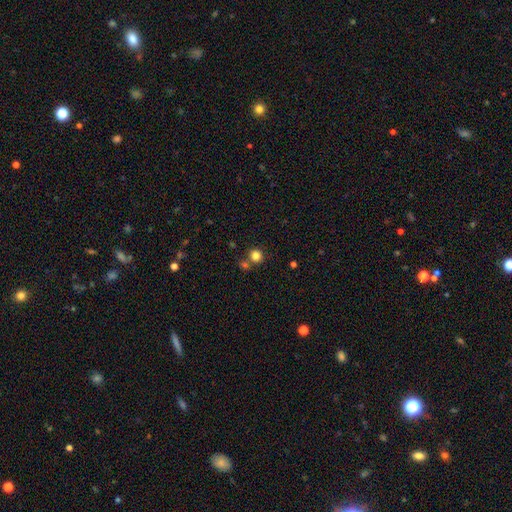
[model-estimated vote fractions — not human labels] A smooth galaxy with no disk features (81%) that is round (91%).

Vote fractions:
- Smooth or featured? smooth: 81% / star or artifact: 14% / featured or disk: 5%
- How rounded? round: 91% / in between: 8% / cigar-shaped: 1%
- Merging? none: 72% / merger: 18% / minor disturbance: 8% / major disturbance: 3%